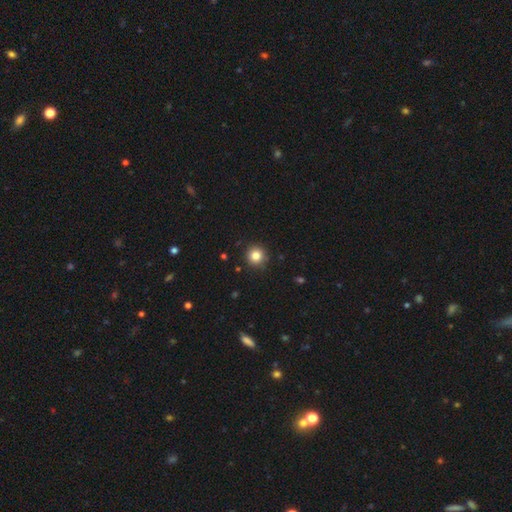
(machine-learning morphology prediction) smooth_or_featured: smooth (p=0.84) [alt: star or artifact p=0.11]
how_rounded: round (p=0.94) [alt: in between p=0.05]
merging: none (p=0.91) [alt: minor disturbance p=0.06]